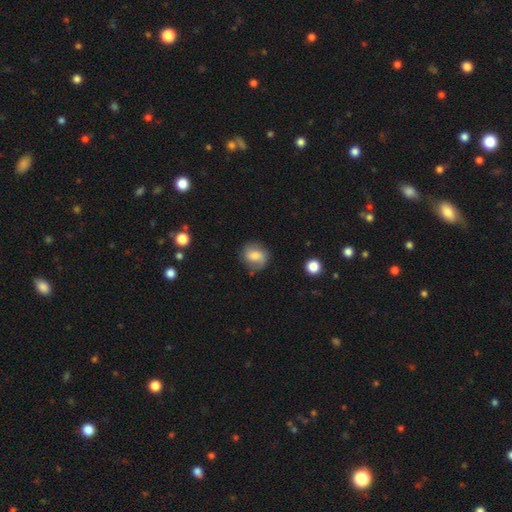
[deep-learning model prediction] Smooth or featured? smooth (57%)
How rounded? round (71%)
Merging? none (74%)